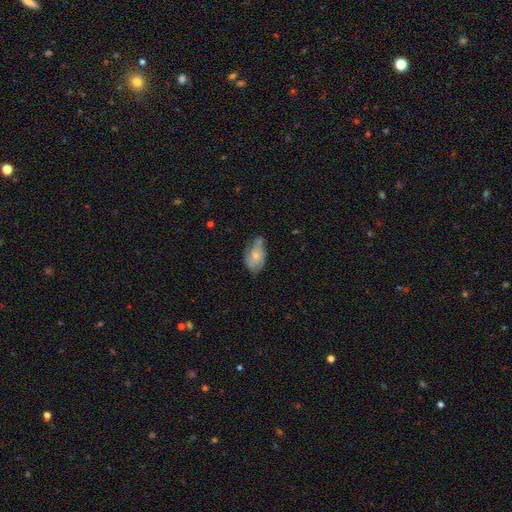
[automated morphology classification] A featured or disk galaxy (48%).

Vote fractions:
- Smooth or featured? featured or disk: 48% / smooth: 45% / star or artifact: 7%
- Merging? none: 46% / minor disturbance: 36% / major disturbance: 14% / merger: 5%